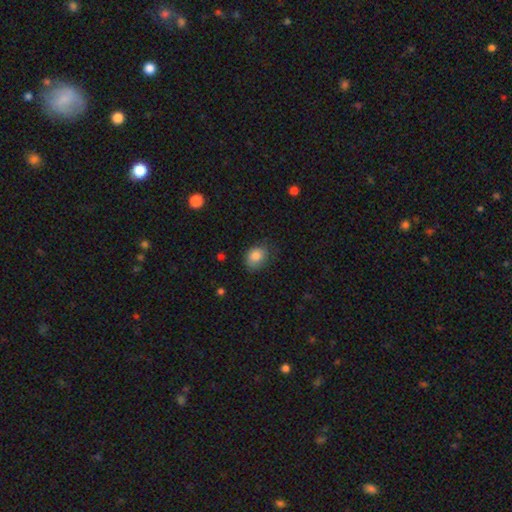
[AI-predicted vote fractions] smooth-or-featured: smooth: 85% | star or artifact: 9% | featured or disk: 6%
  how-rounded: in between: 57% | round: 42% | cigar-shaped: 1%
  merging: none: 67% | minor disturbance: 25% | major disturbance: 6% | merger: 1%